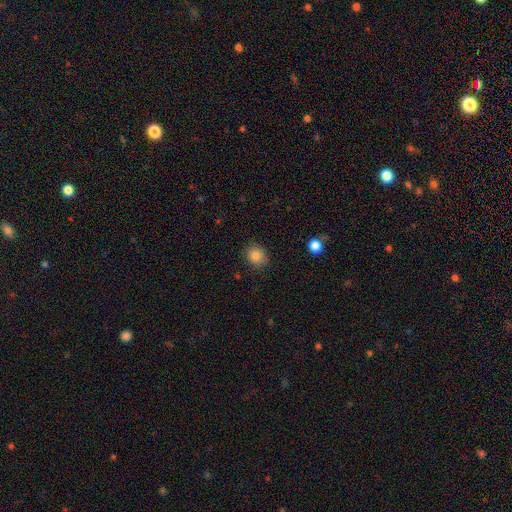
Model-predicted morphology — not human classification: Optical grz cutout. It shows a smooth galaxy with no disk features (84%) that is round (77%). Merging: none (87%).